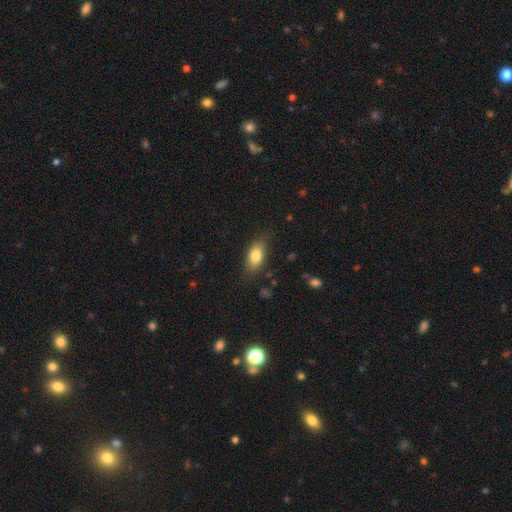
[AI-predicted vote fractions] This is likely a smooth galaxy (80%). How rounded: clearly in between (87%). Merging: likely none (78%).